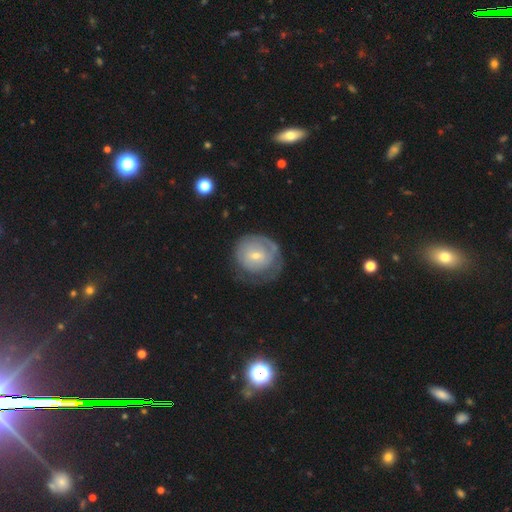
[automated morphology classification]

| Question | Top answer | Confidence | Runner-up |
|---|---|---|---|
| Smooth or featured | featured or disk | 60% | smooth (33%) |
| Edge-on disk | no | 97% | yes (3%) |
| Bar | no | 66% | weak (28%) |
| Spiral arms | yes | 66% | no (34%) |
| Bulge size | small | 68% | moderate (28%) |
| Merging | none | 61% | minor disturbance (23%) |